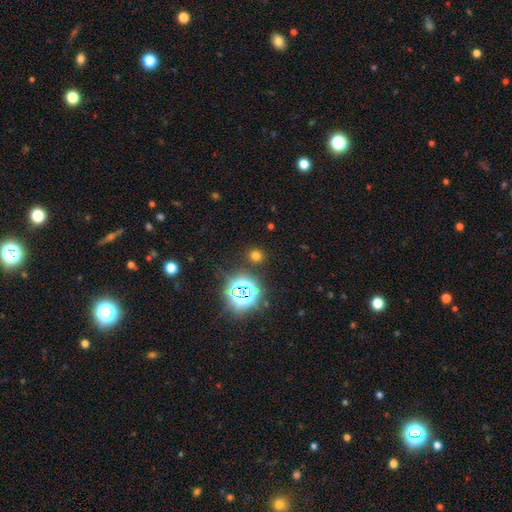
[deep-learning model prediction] A smooth galaxy with no disk features (62%) that is round (85%).

Vote fractions:
- Smooth or featured? smooth: 62% / star or artifact: 32% / featured or disk: 6%
- How rounded? round: 85% / in between: 14% / cigar-shaped: 1%
- Merging? none: 87% / minor disturbance: 7% / major disturbance: 3% / merger: 3%